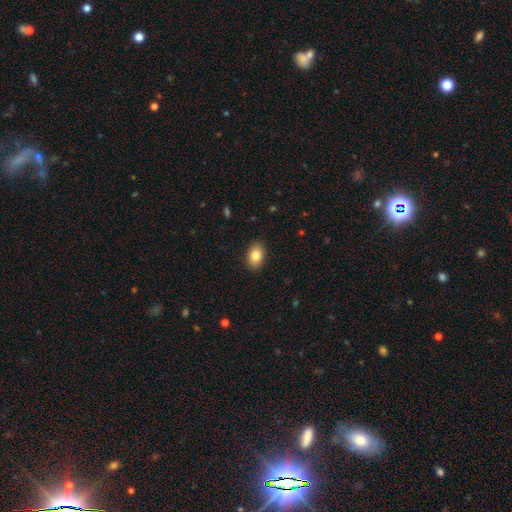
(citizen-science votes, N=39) This appears to be a smooth galaxy with no disk features (87%) that is in between round and cigar-shaped (79%). Merging: none (92%).